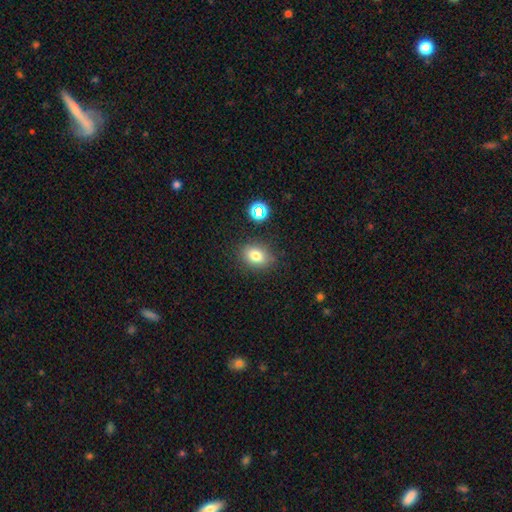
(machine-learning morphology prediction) This is likely a smooth galaxy (79%). How rounded: likely in between (66%). Merging: clearly none (83%).